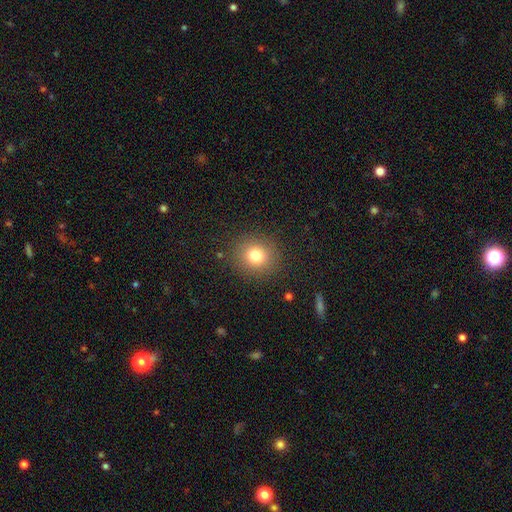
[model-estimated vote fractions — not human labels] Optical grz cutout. It shows a smooth galaxy with no disk features (79%) that is round (85%). Merging: none (88%).